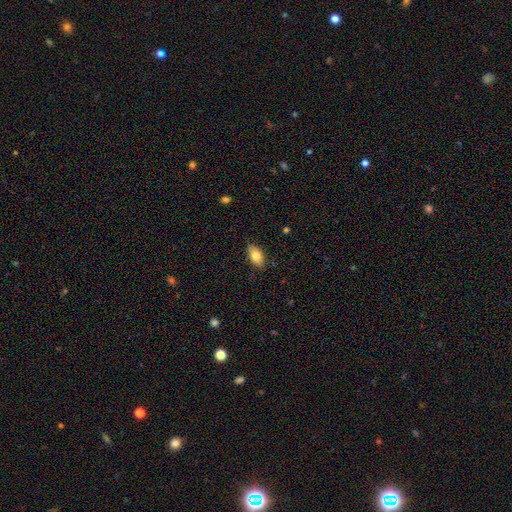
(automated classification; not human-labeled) Smooth or featured?
  - smooth: 80% *
  - featured or disk: 13%
  - star or artifact: 7%
How rounded?
  - in between: 90% *
  - round: 5%
  - cigar-shaped: 5%
Merging?
  - none: 83% *
  - minor disturbance: 13%
  - major disturbance: 2%
  - merger: 1%